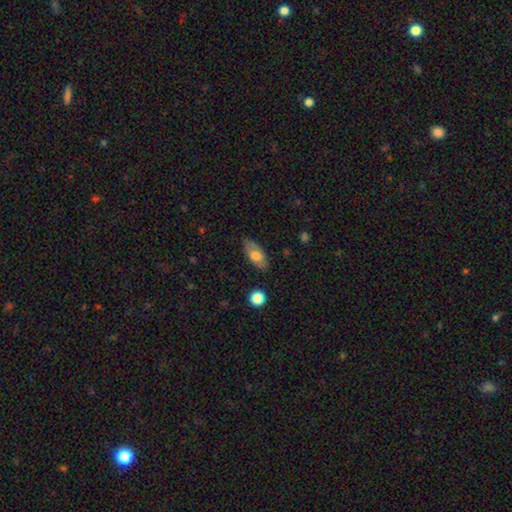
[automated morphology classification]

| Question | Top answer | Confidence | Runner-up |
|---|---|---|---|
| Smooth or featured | smooth | 67% | featured or disk (26%) |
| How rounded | in between | 89% | cigar-shaped (7%) |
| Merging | none | 82% | minor disturbance (14%) |